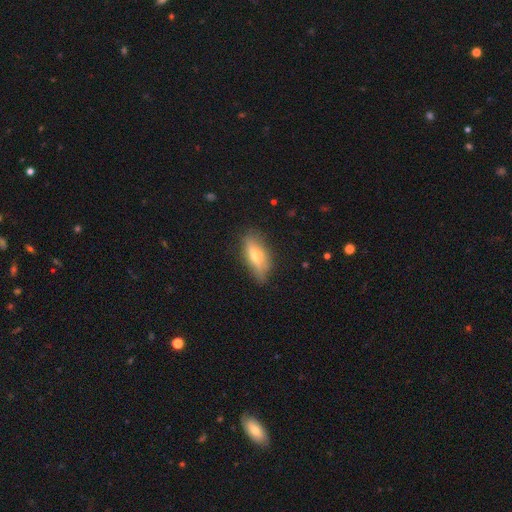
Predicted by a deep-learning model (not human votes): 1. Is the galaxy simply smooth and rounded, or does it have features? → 50% smooth, 43% featured or disk, 8% star or artifact.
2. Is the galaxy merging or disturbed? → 79% none, 16% minor disturbance, 4% major disturbance, 1% merger.